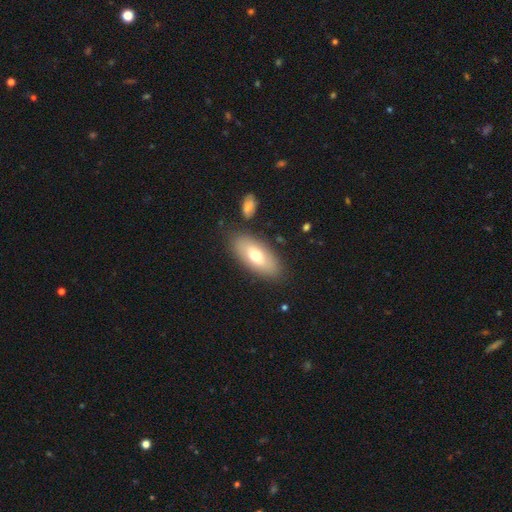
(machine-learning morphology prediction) smooth-or-featured: smooth: 67% | featured or disk: 27% | star or artifact: 7%
  how-rounded: in between: 86% | cigar-shaped: 11% | round: 3%
  merging: none: 82% | minor disturbance: 11% | merger: 4% | major disturbance: 3%